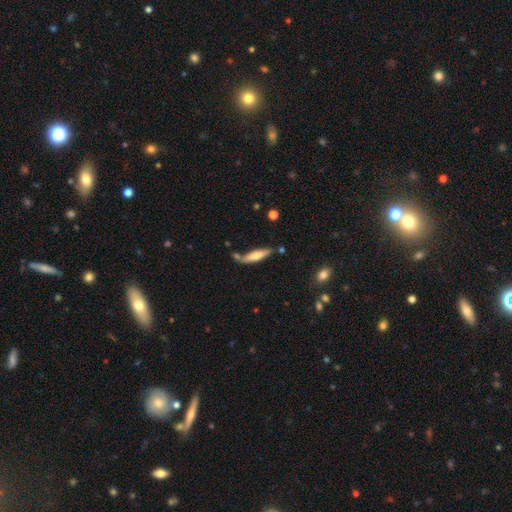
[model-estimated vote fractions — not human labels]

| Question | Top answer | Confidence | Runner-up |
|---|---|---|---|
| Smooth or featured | smooth | 62% | featured or disk (32%) |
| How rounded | cigar-shaped | 74% | in between (25%) |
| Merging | none | 67% | minor disturbance (18%) |